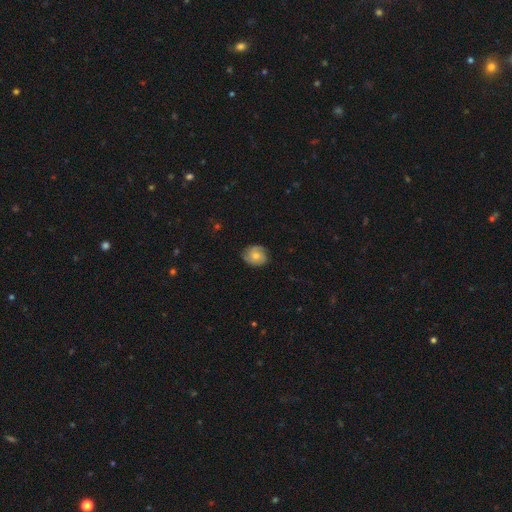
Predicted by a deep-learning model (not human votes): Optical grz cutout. It shows a smooth galaxy with no disk features (54%) that is round (75%). Merging: none (80%).